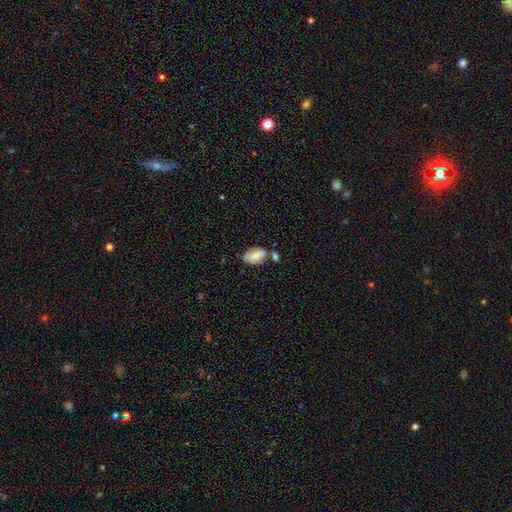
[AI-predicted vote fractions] smooth_or_featured: smooth (p=0.74) [alt: featured or disk p=0.18]
how_rounded: in between (p=0.91) [alt: round p=0.07]
merging: none (p=0.53) [alt: minor disturbance p=0.22]